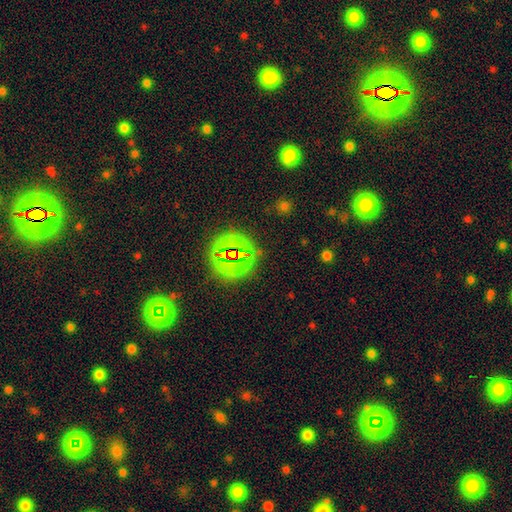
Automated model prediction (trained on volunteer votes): Smooth or featured? star or artifact (70%)